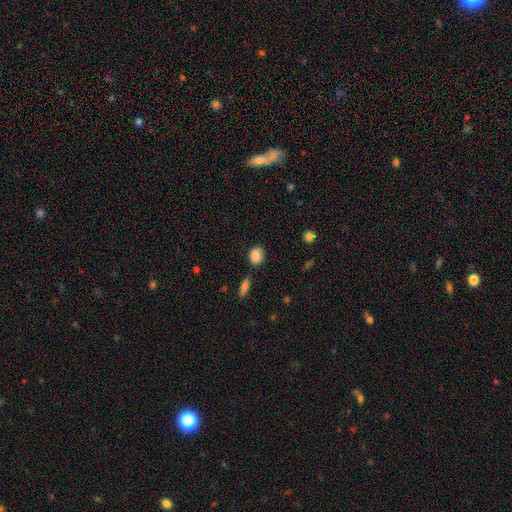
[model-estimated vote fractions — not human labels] Smooth or featured? Predicted: smooth (p=0.86). How rounded? Predicted: in between (p=0.60). Merging? Predicted: none (p=0.70).